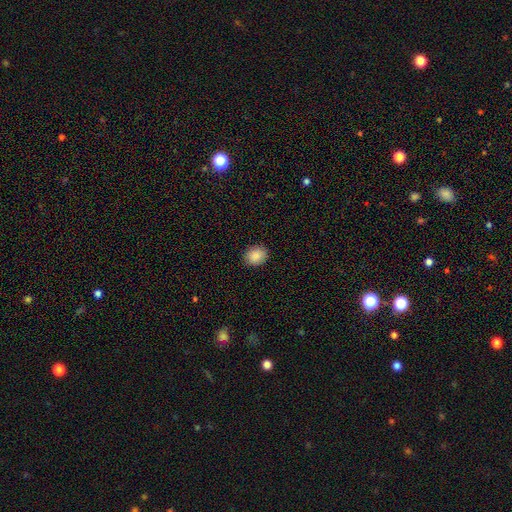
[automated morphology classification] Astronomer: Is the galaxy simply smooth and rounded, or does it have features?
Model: smooth — 88%.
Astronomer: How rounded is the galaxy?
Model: round — 56% (runner-up: in between, 44%).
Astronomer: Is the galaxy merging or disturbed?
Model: none — 89%.